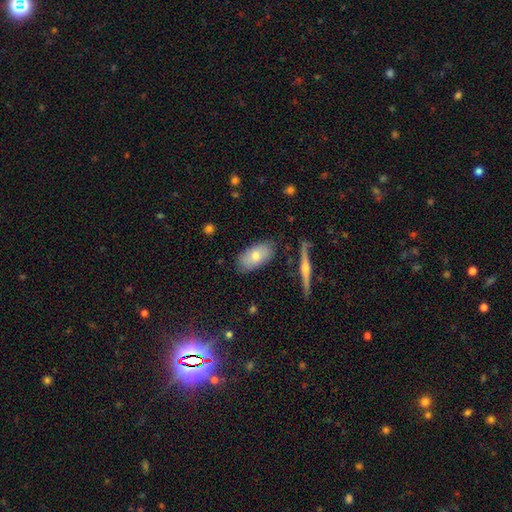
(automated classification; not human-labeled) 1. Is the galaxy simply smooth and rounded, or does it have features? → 67% smooth, 25% featured or disk, 8% star or artifact.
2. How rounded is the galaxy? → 91% in between, 5% cigar-shaped, 4% round.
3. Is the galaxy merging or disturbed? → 81% none, 13% minor disturbance, 3% merger, 3% major disturbance.